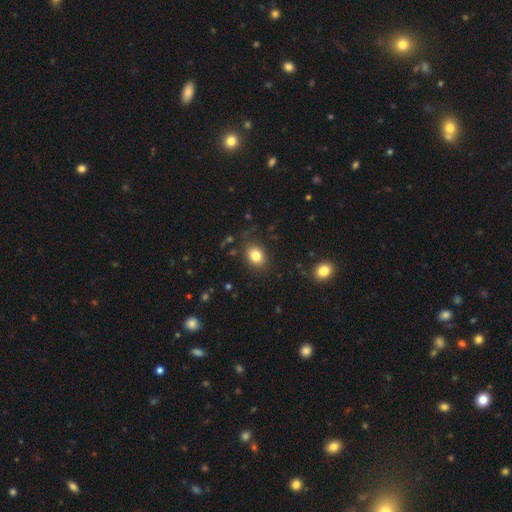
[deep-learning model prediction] Overall: smooth (82%). How rounded: in between (55%; round 44%). Merging: none (83%).